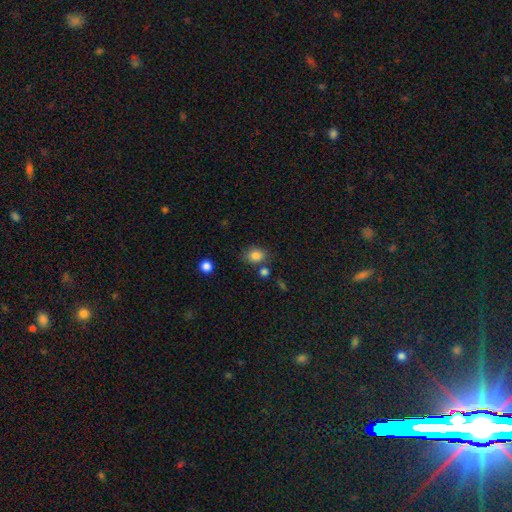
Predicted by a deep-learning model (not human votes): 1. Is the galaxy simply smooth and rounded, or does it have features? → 84% smooth, 10% star or artifact, 5% featured or disk.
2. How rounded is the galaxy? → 51% round, 48% in between, 1% cigar-shaped.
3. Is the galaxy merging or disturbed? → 73% none, 14% minor disturbance, 9% merger, 4% major disturbance.